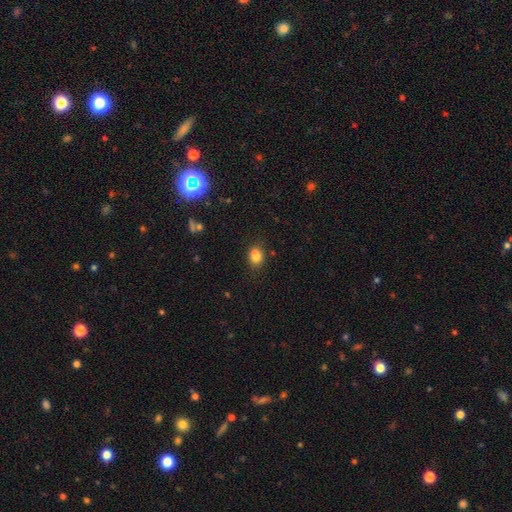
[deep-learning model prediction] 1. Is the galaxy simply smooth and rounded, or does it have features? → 80% smooth, 12% star or artifact, 8% featured or disk.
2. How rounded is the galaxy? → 59% in between, 40% round, 1% cigar-shaped.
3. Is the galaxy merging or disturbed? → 61% none, 19% merger, 16% minor disturbance, 4% major disturbance.